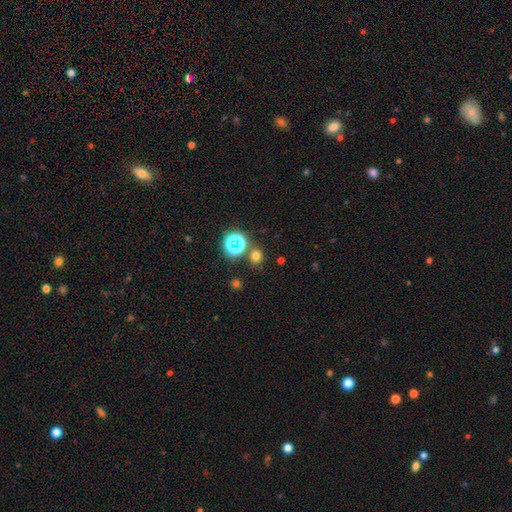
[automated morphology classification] A smooth galaxy with no disk features (65%) that is round (83%).

Vote fractions:
- Smooth or featured? smooth: 65% / star or artifact: 29% / featured or disk: 6%
- How rounded? round: 83% / in between: 16% / cigar-shaped: 1%
- Merging? none: 80% / merger: 9% / minor disturbance: 8% / major disturbance: 3%